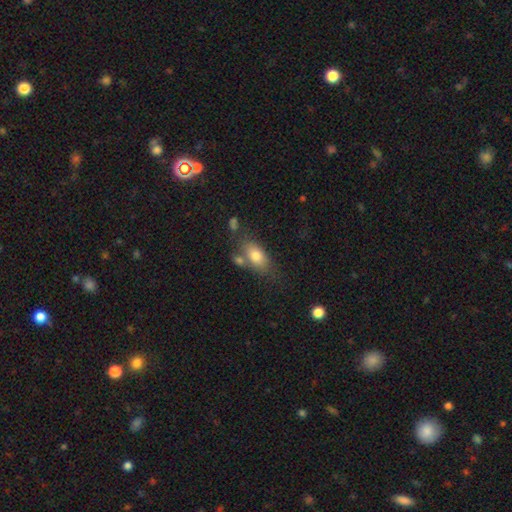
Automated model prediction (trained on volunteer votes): This appears to be a smooth galaxy with no disk features (76%) that is in between round and cigar-shaped (86%). Merging: none (58%).